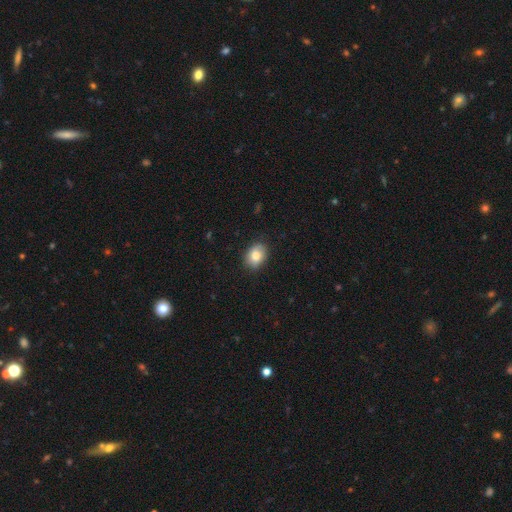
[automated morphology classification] Overall: smooth (79%). How rounded: in between (68%; round 31%). Merging: none (82%).